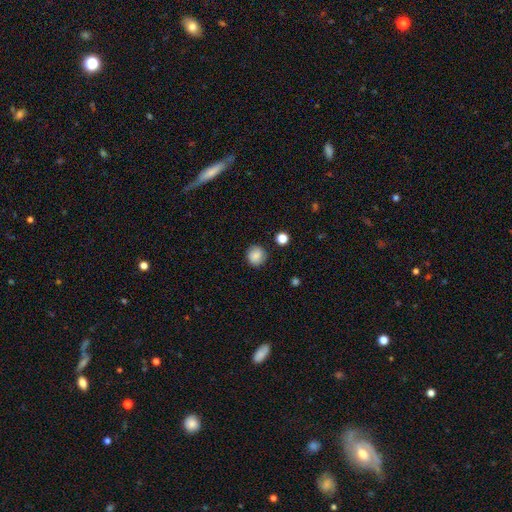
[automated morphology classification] The model was most divided on "merging": none: 85%, minor disturbance: 10%, major disturbance: 3%, merger: 2%. More confident: how rounded — round (89%); smooth or featured — smooth (86%).